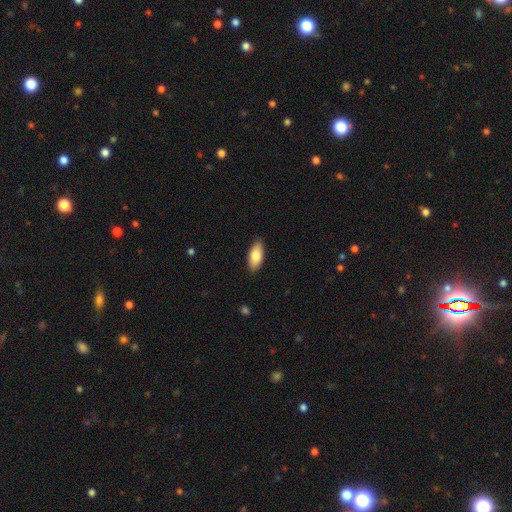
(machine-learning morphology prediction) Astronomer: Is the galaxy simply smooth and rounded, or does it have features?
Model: smooth — 83%.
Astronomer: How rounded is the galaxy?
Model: in between — 88%.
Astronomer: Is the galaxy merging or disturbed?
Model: none — 87%.